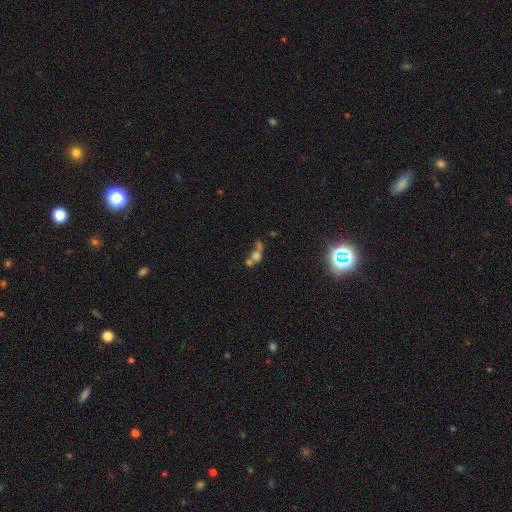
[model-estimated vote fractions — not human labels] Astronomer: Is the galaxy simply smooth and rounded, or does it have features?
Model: smooth — 44% (runner-up: star or artifact, 28%).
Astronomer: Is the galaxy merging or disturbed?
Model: merger — 53%.